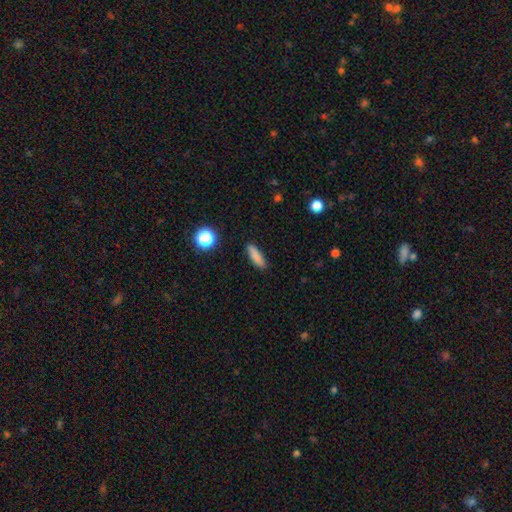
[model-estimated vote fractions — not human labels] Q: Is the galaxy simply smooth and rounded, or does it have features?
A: smooth — 83%.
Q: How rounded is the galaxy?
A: cigar-shaped — 65%.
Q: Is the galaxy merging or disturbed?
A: none — 87%.